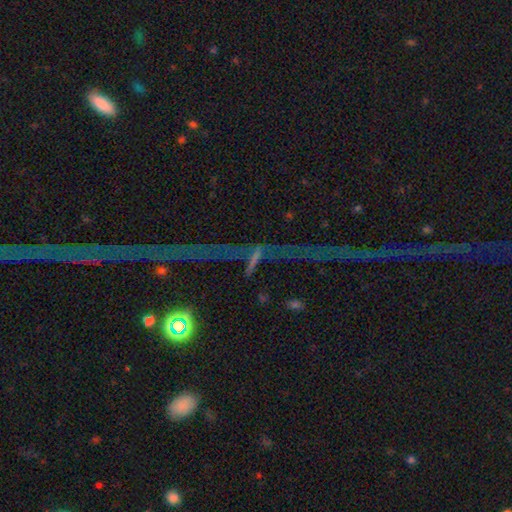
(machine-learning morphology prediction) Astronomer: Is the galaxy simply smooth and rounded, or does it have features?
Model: star or artifact — 75%.